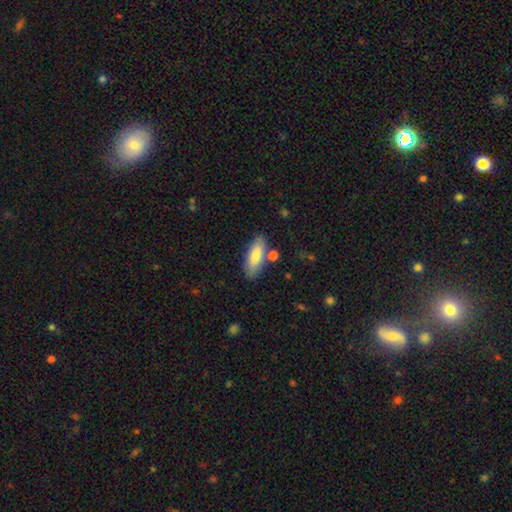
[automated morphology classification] This appears to be a smooth galaxy with no disk features (81%) that is in between round and cigar-shaped (70%). Merging: none (76%).